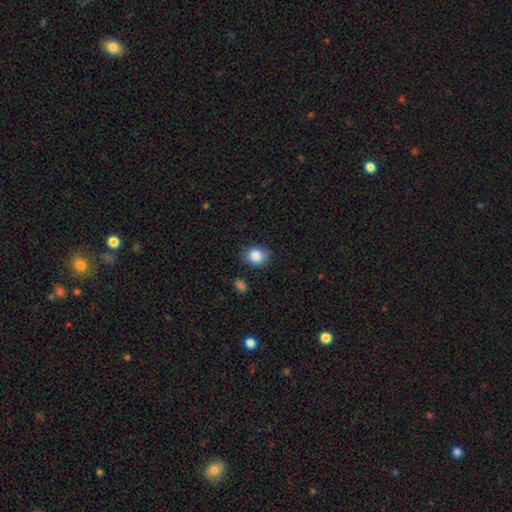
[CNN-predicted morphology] Smooth or featured: smooth — 86% (star or artifact — 9%)
How rounded: round — 63% (in between — 36%)
Merging: none — 79% (minor disturbance — 16%)